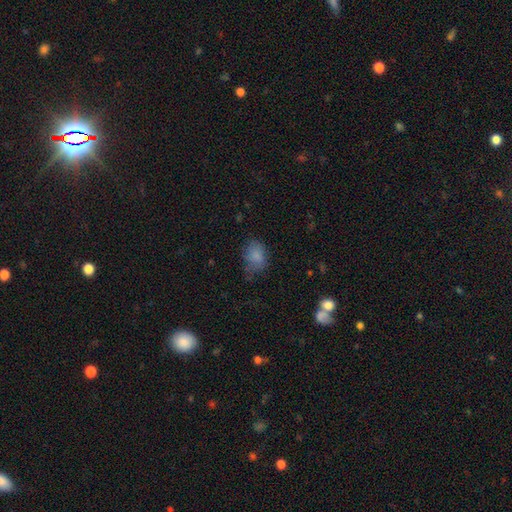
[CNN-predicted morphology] This appears to be a smooth galaxy with no disk features (81%) that is in between round and cigar-shaped (71%). Merging: none (54%).